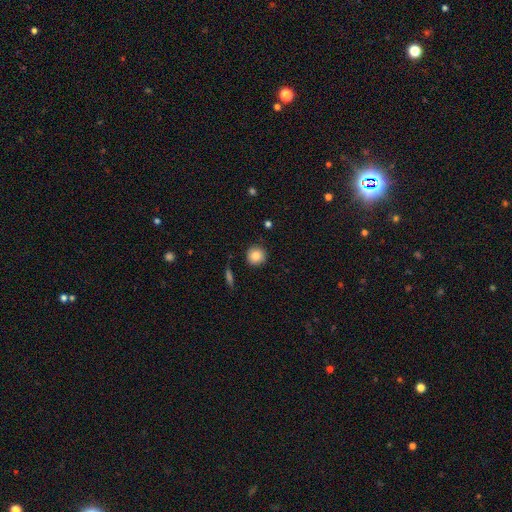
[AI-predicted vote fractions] smooth 84%, star or artifact 9%, featured or disk 7%. Down the decision tree: how rounded — round (94%); merging — none (88%).